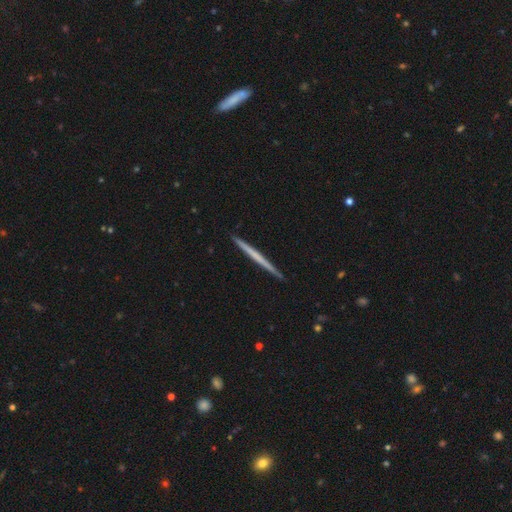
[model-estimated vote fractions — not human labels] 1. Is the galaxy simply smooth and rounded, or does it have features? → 54% featured or disk, 42% smooth, 5% star or artifact.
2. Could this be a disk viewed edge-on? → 98% yes, 2% no.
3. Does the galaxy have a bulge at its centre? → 90% none, 7% rounded, 3% boxy.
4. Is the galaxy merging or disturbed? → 93% none, 5% minor disturbance, 1% merger, 1% major disturbance.